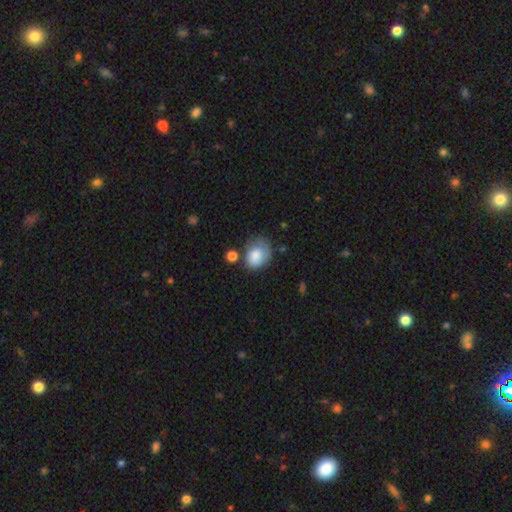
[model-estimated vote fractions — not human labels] The model was most divided on "merging": none: 46%, minor disturbance: 30%, major disturbance: 15%, merger: 8%. More confident: smooth or featured — smooth (81%); how rounded — in between (60%).